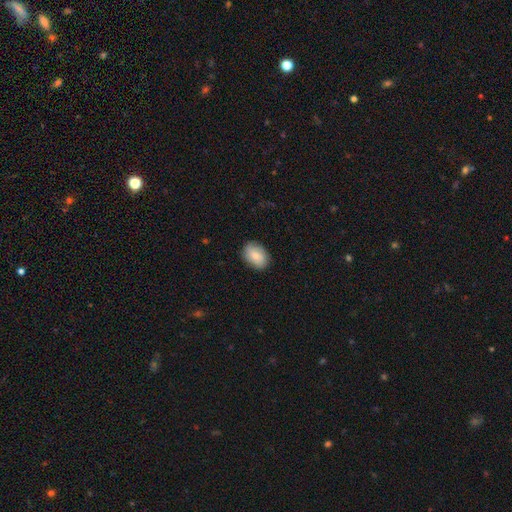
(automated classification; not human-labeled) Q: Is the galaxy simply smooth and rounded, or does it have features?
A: smooth — 82%.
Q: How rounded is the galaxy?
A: in between — 82%.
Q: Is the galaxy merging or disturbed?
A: none — 83%.